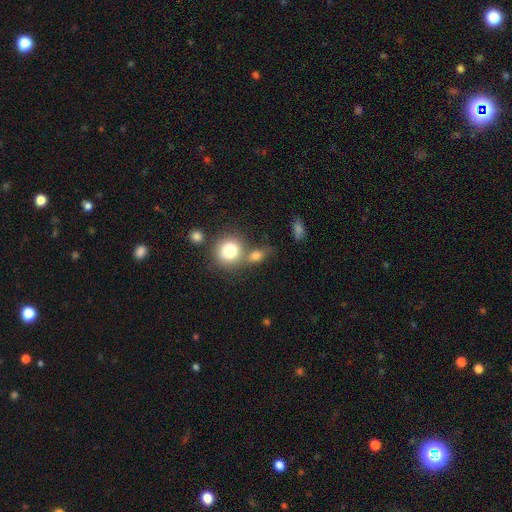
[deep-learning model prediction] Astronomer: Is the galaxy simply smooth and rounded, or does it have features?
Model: smooth — 77%.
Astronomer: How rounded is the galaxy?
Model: round — 57% (runner-up: in between, 40%).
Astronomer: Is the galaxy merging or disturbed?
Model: none — 44% (runner-up: merger, 37%).